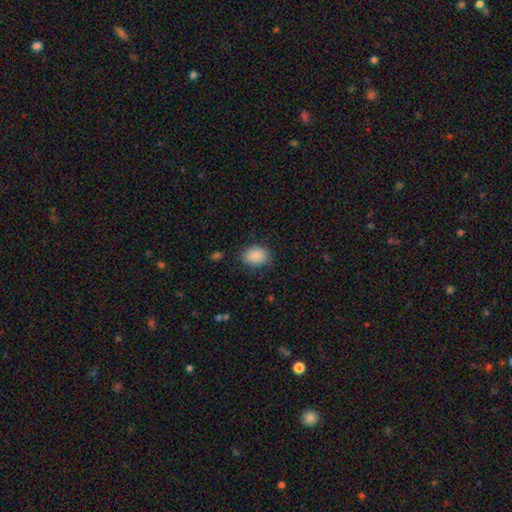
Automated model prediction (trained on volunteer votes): Smooth or featured? smooth (88%)
How rounded? in between (68%)
Merging? none (81%)